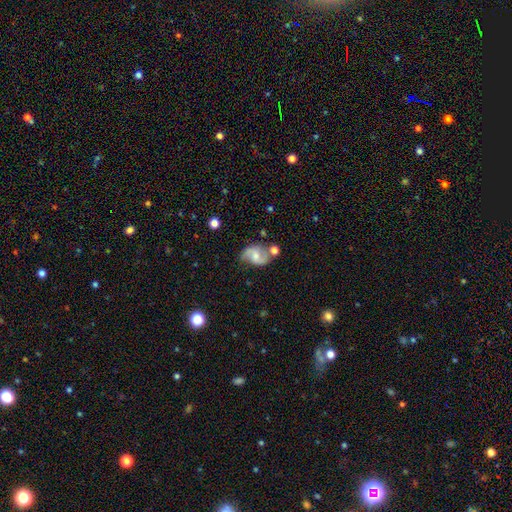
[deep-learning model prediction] This is likely a featured or disk galaxy (78%). It is clearly not viewed edge-on (98%). Bar: marginally weak (45%). Spiral arm pattern: clearly yes (94%). Spiral arm count: clearly 2 (90%). Spiral winding: possibly medium (48%). Central bulge: possibly moderate (48%). Merging: likely none (61%).